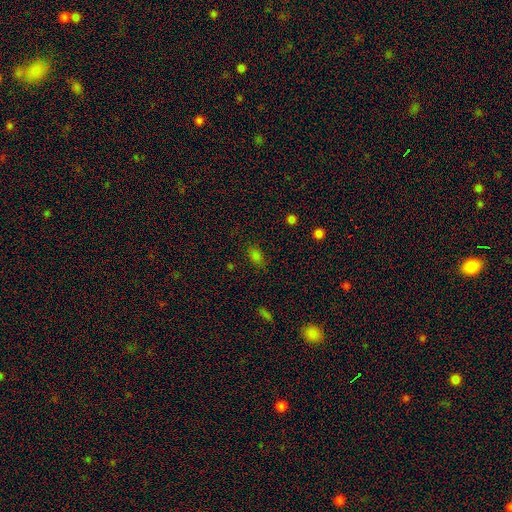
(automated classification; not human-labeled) Smooth or featured? Predicted: smooth (p=0.76). How rounded? Predicted: in between (p=0.82). Merging? Predicted: none (p=0.79).